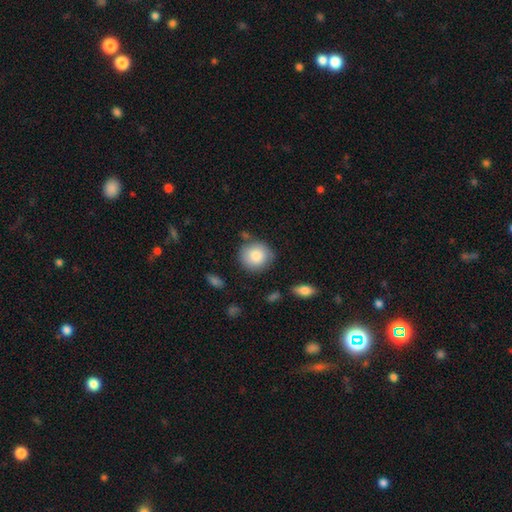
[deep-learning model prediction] Overall: smooth (84%). How rounded: round (87%). Merging: none (77%).